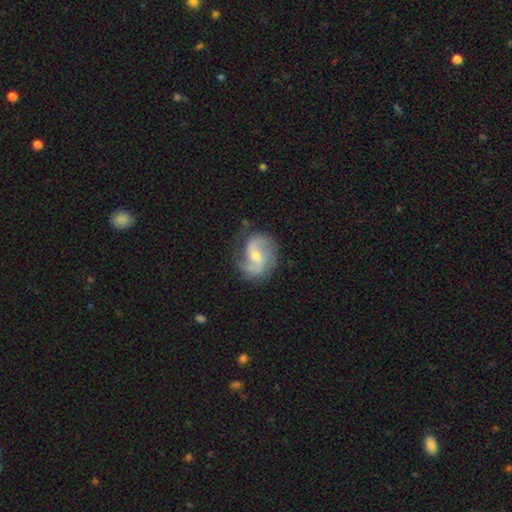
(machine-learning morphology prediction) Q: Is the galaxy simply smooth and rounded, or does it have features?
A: featured or disk — 85%.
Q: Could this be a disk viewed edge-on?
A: no — 98%.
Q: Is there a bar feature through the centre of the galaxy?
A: weak — 45%.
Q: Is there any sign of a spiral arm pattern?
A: yes — 96%.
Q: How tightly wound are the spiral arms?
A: medium — 49%.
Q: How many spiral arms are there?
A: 2 — 84%.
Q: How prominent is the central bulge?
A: moderate — 49%.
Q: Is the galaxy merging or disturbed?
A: none — 74%.